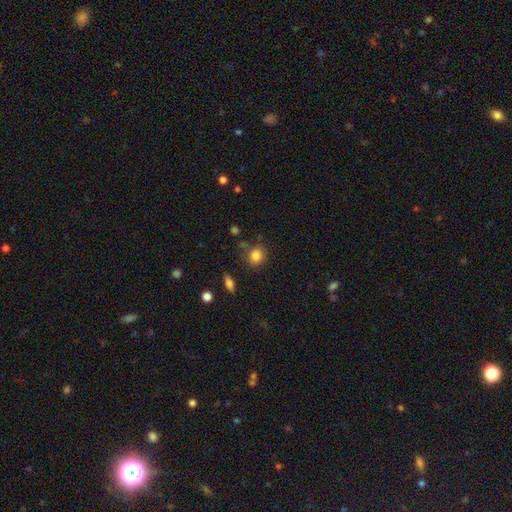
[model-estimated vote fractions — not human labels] The model was most divided on "how rounded": round: 81%, in between: 18%, cigar-shaped: 1%. More confident: smooth or featured — smooth (84%); merging — none (77%).